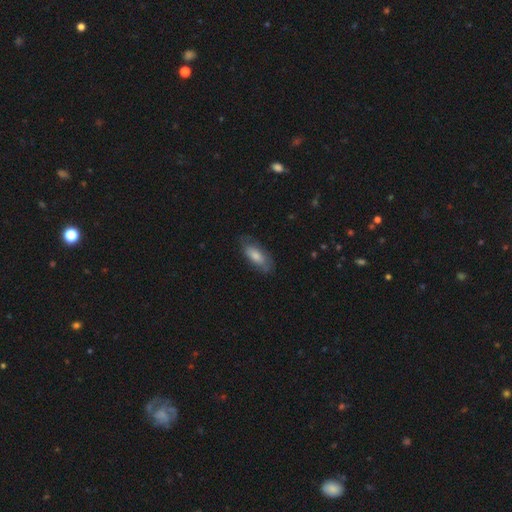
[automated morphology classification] Smooth or featured?
  - smooth: 71% *
  - featured or disk: 23%
  - star or artifact: 6%
How rounded?
  - in between: 79% *
  - cigar-shaped: 19%
  - round: 2%
Merging?
  - none: 71% *
  - minor disturbance: 21%
  - major disturbance: 6%
  - merger: 1%